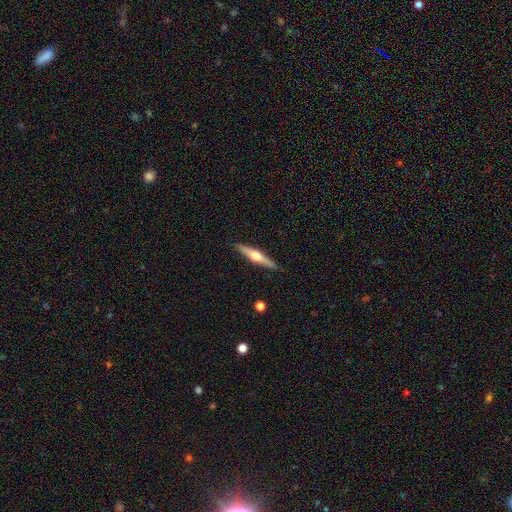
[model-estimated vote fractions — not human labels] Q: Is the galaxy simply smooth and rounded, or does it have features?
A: featured or disk — 69%.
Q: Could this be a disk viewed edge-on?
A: yes — 97%.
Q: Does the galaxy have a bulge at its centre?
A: rounded — 94%.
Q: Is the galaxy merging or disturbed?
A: none — 89%.